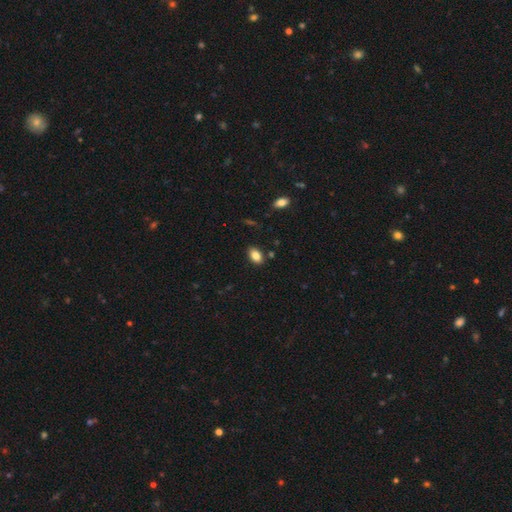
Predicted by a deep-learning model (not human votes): smooth-or-featured: smooth: 84% | star or artifact: 9% | featured or disk: 7%
  how-rounded: in between: 90% | round: 8% | cigar-shaped: 2%
  merging: none: 85% | minor disturbance: 10% | merger: 2% | major disturbance: 2%